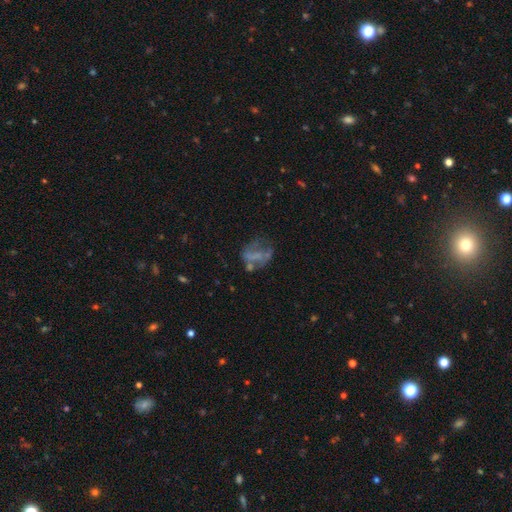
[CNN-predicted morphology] This is possibly a featured or disk galaxy (50%). It is clearly not viewed edge-on (96%). Merging: marginally none (37%).